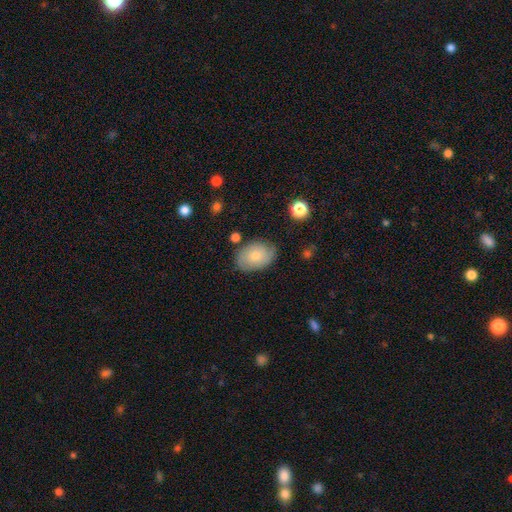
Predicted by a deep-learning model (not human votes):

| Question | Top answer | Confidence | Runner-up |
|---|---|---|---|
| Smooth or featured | smooth | 73% | featured or disk (21%) |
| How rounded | in between | 84% | round (15%) |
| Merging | none | 76% | minor disturbance (17%) |